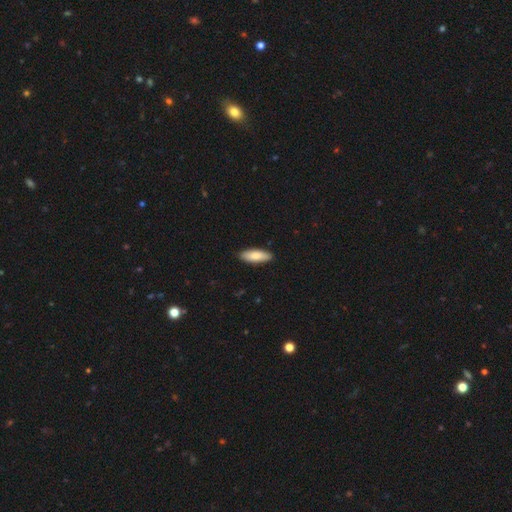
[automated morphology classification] Smooth or featured? smooth (82%)
How rounded? in between (62%)
Merging? none (88%)